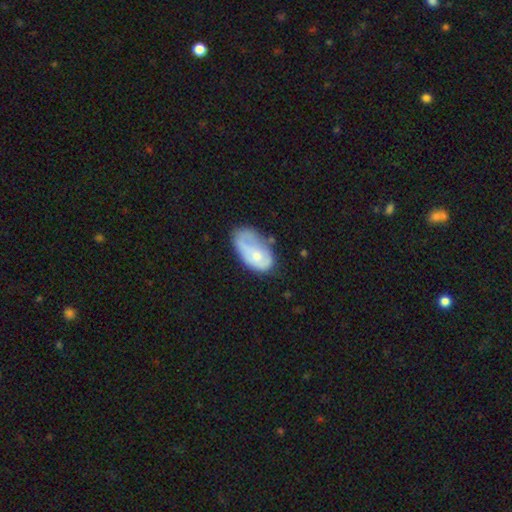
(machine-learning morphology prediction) A smooth galaxy with no disk features (53%) that is in between round and cigar-shaped (93%).

Vote fractions:
- Smooth or featured? smooth: 53% / featured or disk: 40% / star or artifact: 7%
- How rounded? in between: 93% / round: 5% / cigar-shaped: 2%
- Merging? minor disturbance: 36% (tied) / none: 36% (tied) / major disturbance: 22% / merger: 6%